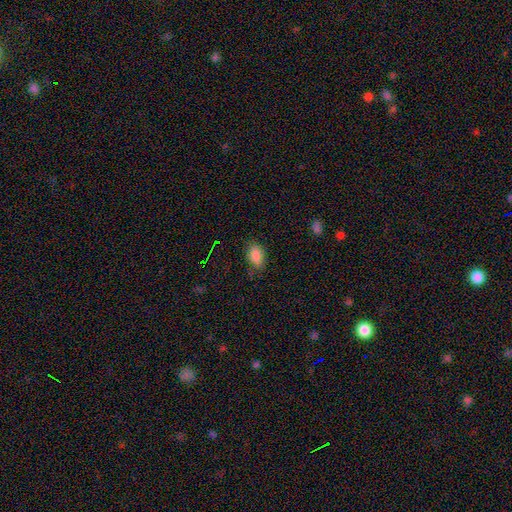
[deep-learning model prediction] smooth-or-featured: smooth: 86% | star or artifact: 9% | featured or disk: 5%
  how-rounded: in between: 90% | round: 7% | cigar-shaped: 3%
  merging: none: 77% | minor disturbance: 18% | major disturbance: 4% | merger: 1%